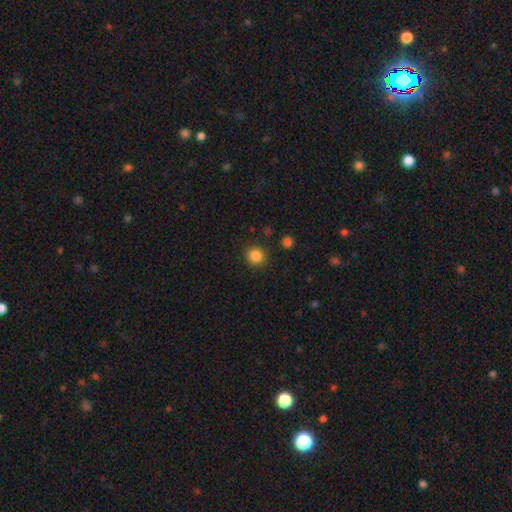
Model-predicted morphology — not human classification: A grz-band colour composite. It shows a smooth galaxy with no disk features (85%) that is round (92%). Merging: none (89%).